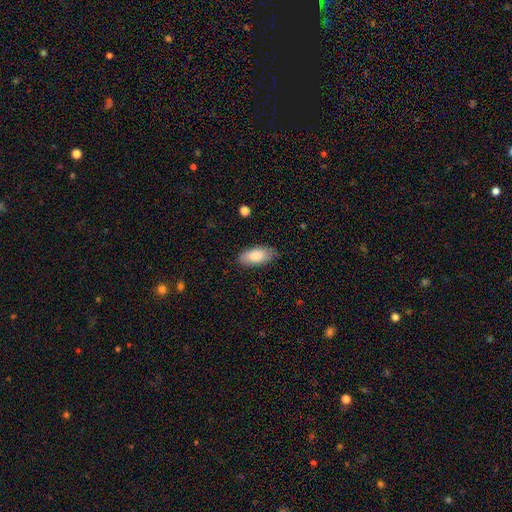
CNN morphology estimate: smooth-or-featured: smooth: 84% | featured or disk: 11% | star or artifact: 6%
  how-rounded: in between: 92% | cigar-shaped: 6% | round: 2%
  merging: none: 83% | minor disturbance: 13% | major disturbance: 3% | merger: 1%